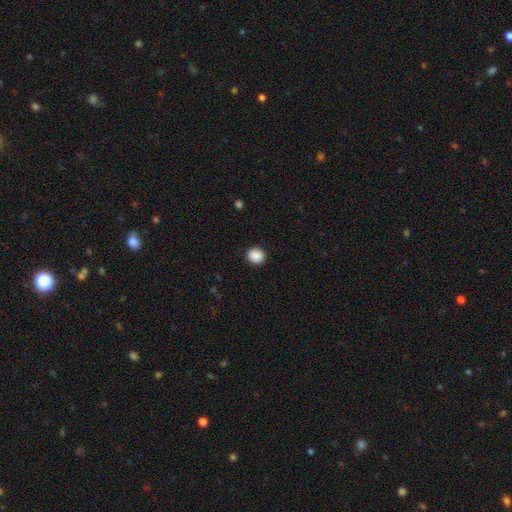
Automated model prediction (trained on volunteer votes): Overall: smooth (89%). How rounded: round (82%). Merging: none (92%).